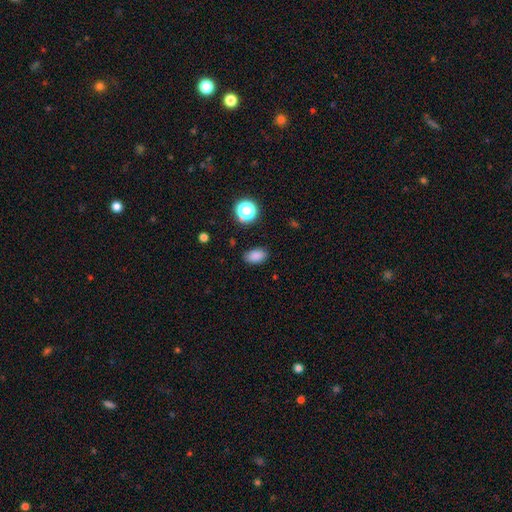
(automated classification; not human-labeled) Morphology: type=smooth (84%); roundness=in between (87%); merging=none (85%).